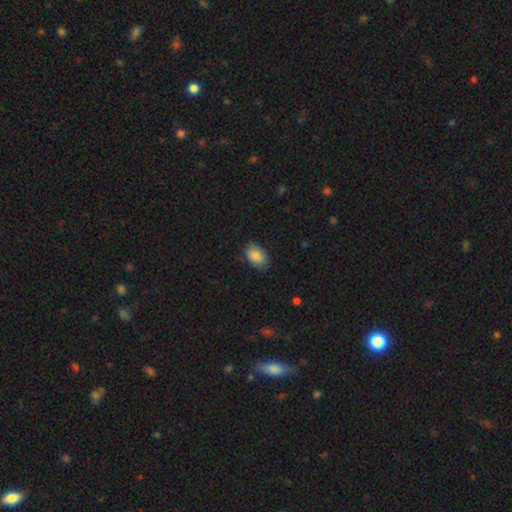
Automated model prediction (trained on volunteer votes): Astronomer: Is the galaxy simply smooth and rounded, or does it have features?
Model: smooth — 87%.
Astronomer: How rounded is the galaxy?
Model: in between — 85%.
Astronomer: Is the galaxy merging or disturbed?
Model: none — 80%.